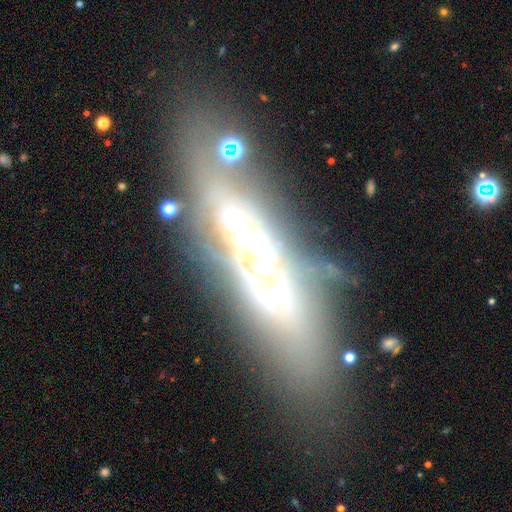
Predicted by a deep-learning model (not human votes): Smooth or featured: featured or disk — 68% (smooth — 19%)
Edge-on disk: yes — 55% (no — 45%)
Merging: none — 67% (minor disturbance — 17%)